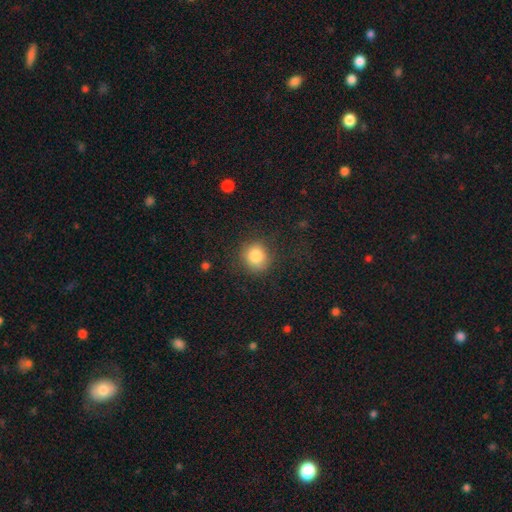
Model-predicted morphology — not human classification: This appears to be a smooth galaxy with no disk features (84%) that is round (86%). Merging: none (80%).